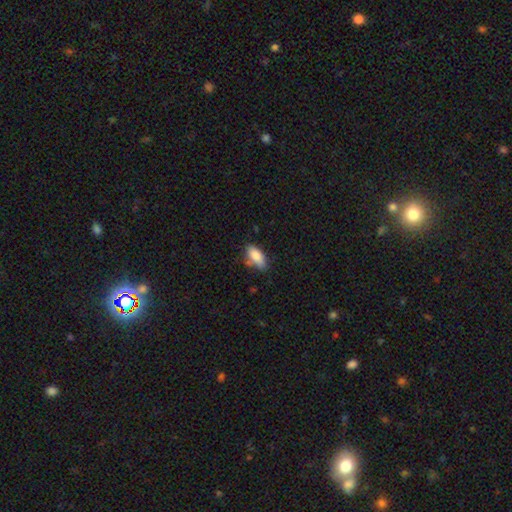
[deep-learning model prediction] Smooth or featured? smooth (84%)
How rounded? in between (83%)
Merging? none (63%)